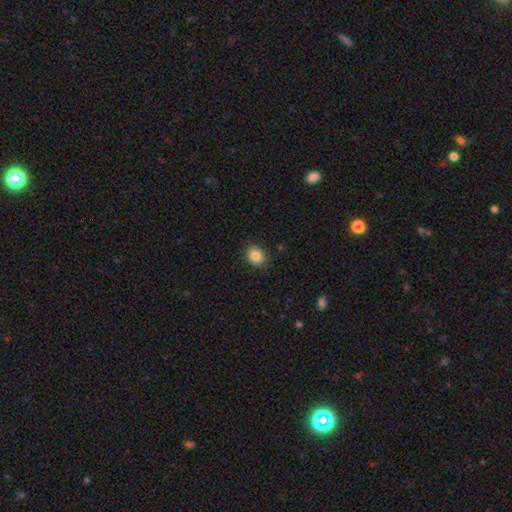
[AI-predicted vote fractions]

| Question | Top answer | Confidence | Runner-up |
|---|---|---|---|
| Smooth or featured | smooth | 86% | star or artifact (10%) |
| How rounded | round | 64% | in between (35%) |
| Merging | none | 88% | minor disturbance (9%) |